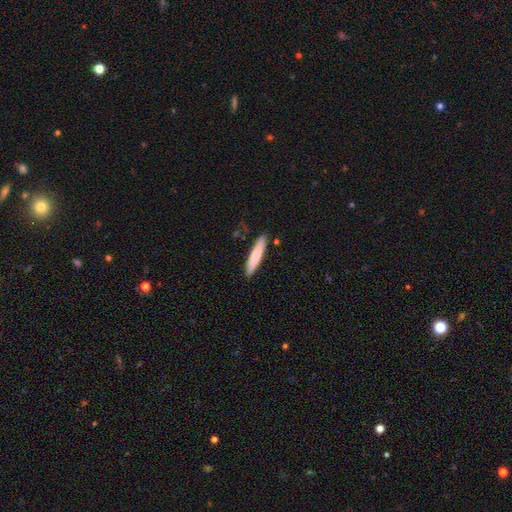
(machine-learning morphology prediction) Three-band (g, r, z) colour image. It shows a smooth galaxy with no disk features (75%) that is cigar-shaped (88%). Merging: none (88%).